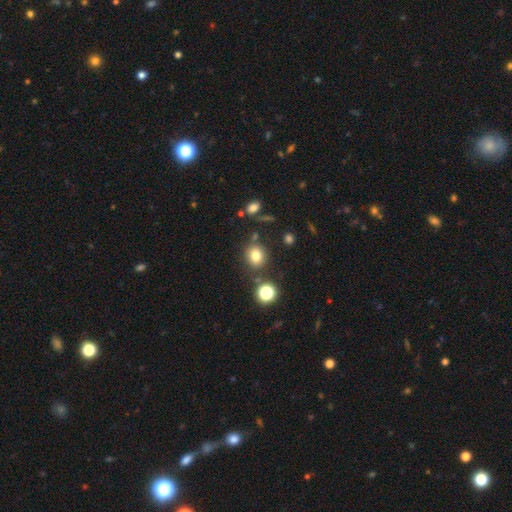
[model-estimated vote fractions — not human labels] Smooth or featured? Predicted: smooth (p=0.78). How rounded? Predicted: round (p=0.73). Merging? Predicted: none (p=0.80).